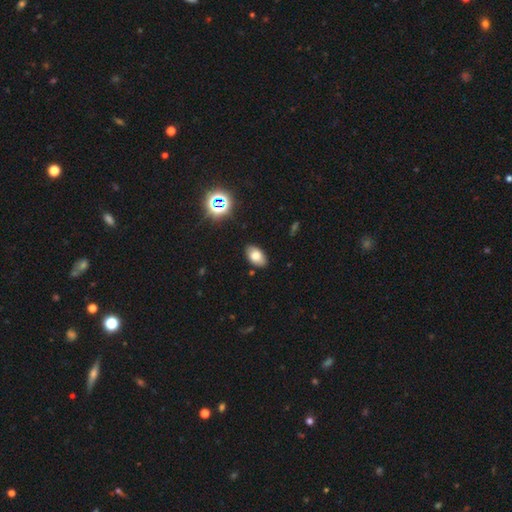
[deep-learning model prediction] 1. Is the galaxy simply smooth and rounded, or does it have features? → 73% smooth, 15% featured or disk, 12% star or artifact.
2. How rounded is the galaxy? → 93% in between, 6% round, 1% cigar-shaped.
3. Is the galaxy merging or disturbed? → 86% none, 10% minor disturbance, 2% major disturbance, 1% merger.